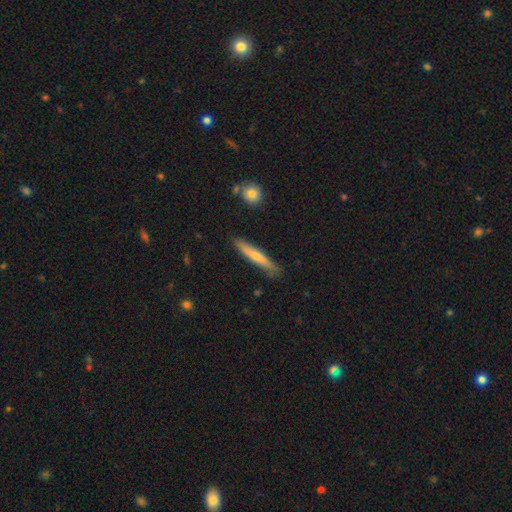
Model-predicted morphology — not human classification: Smooth or featured?
  - smooth: 52% *
  - featured or disk: 42%
  - star or artifact: 6%
How rounded?
  - cigar-shaped: 92% *
  - in between: 6%
  - round: 2%
Merging?
  - none: 84% *
  - minor disturbance: 12%
  - major disturbance: 2%
  - merger: 2%